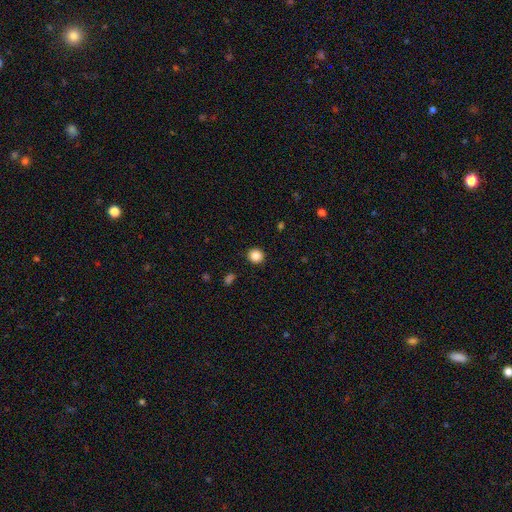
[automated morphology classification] Overall: smooth (86%). How rounded: round (92%). Merging: none (92%).